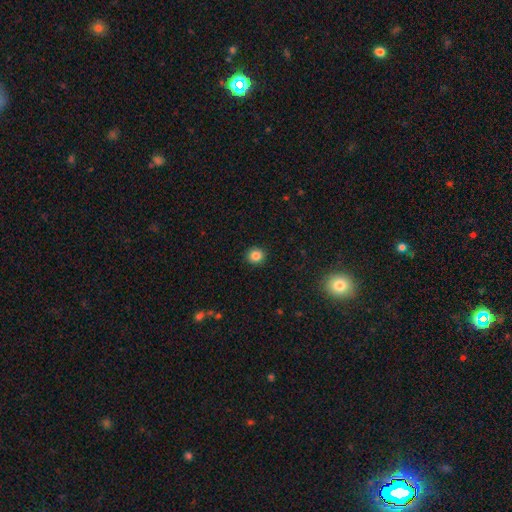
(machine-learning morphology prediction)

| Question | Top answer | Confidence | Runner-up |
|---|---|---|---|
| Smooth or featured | smooth | 85% | star or artifact (11%) |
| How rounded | round | 90% | in between (10%) |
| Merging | none | 92% | minor disturbance (5%) |